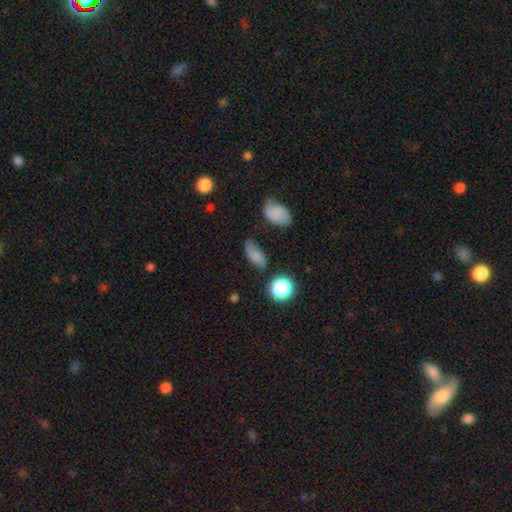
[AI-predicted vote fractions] A smooth galaxy with no disk features (68%) that is in between round and cigar-shaped (83%). Merging: none (49%).